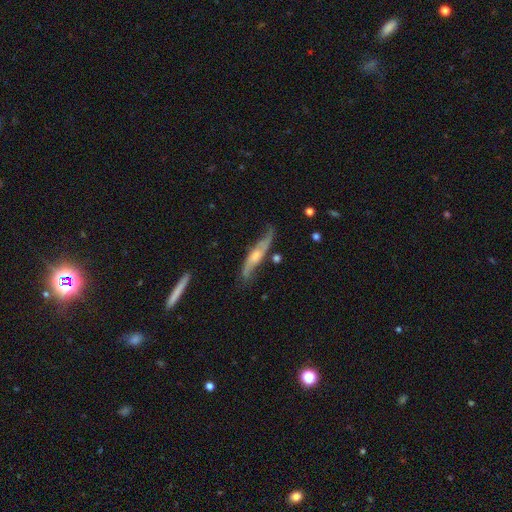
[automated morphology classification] A featured or disk galaxy (76%). Merging: none (67%).